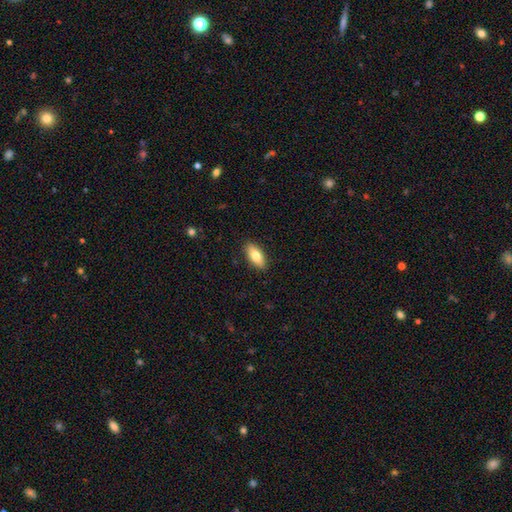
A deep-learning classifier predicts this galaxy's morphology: Overall: smooth (76%). How rounded: in between (86%). Merging: none (89%).